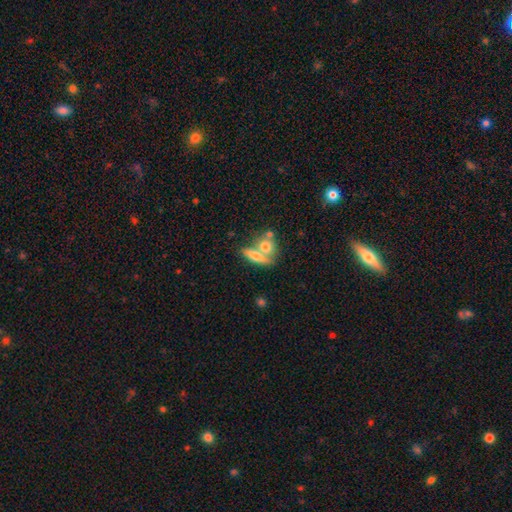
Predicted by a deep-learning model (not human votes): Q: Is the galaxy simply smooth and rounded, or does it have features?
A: smooth — 67%.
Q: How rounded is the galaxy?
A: in between — 47%.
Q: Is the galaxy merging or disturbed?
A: merger — 46%.